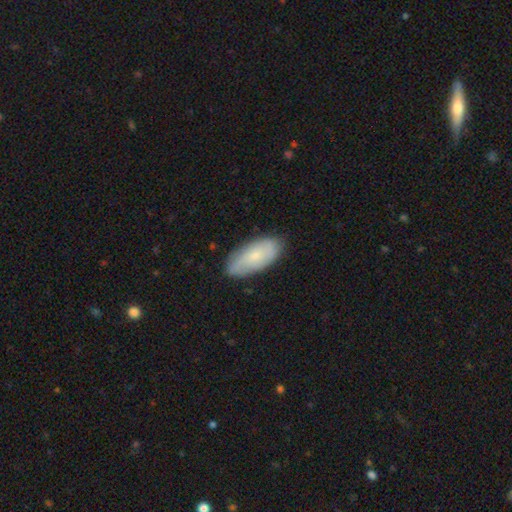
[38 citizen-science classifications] Overall: smooth (61%; featured or disk 37%). How rounded: in between (83%). Merging: none (86%).